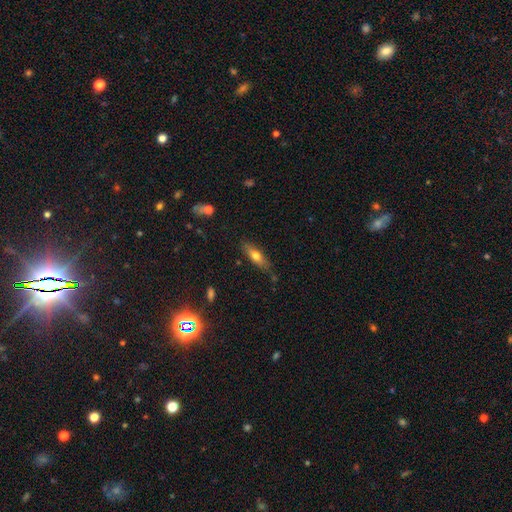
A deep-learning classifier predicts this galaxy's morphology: This is possibly a smooth galaxy (56%). How rounded: likely cigar-shaped (61%). Merging: likely none (78%).